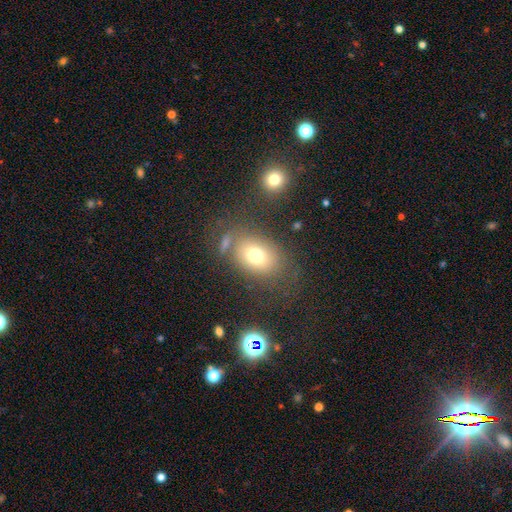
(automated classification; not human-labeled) Smooth or featured: smooth — 72% (featured or disk — 16%)
How rounded: in between — 67% (round — 31%)
Merging: none — 66% (minor disturbance — 16%)